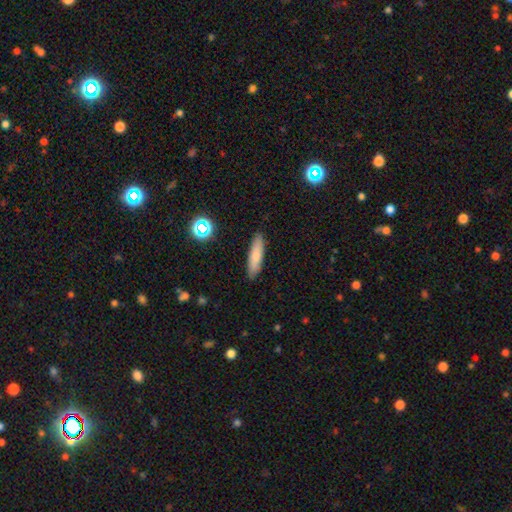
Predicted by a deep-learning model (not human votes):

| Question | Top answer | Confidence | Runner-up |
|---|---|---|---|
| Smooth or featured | smooth | 79% | featured or disk (13%) |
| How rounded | cigar-shaped | 73% | in between (26%) |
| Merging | none | 89% | minor disturbance (8%) |